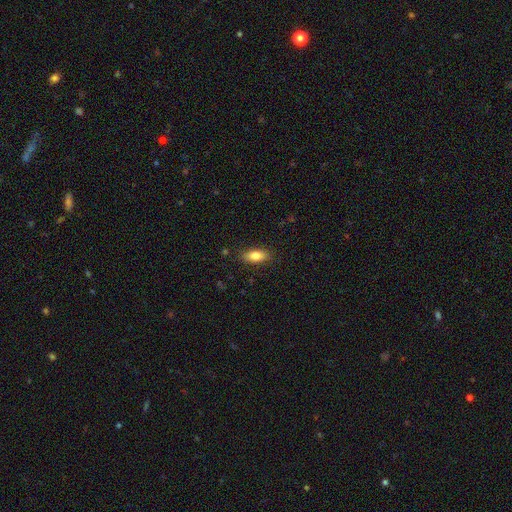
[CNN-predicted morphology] Q: Smooth or featured?
A: smooth (82%); runner-up: featured or disk (11%)
Q: How rounded?
A: in between (82%); runner-up: cigar-shaped (14%)
Q: Merging?
A: none (85%); runner-up: minor disturbance (11%)